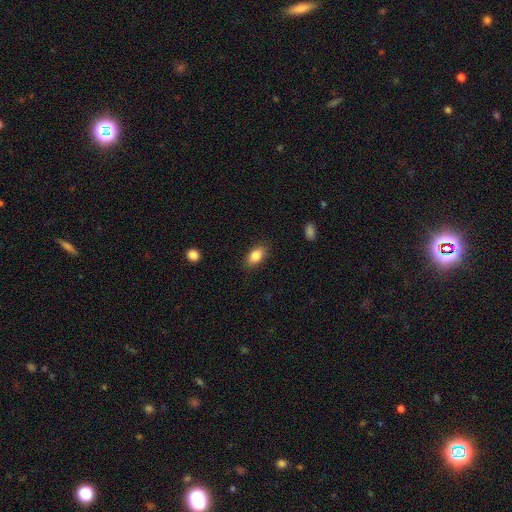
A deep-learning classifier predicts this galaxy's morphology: Smooth or featured? smooth (85%)
How rounded? in between (88%)
Merging? none (86%)